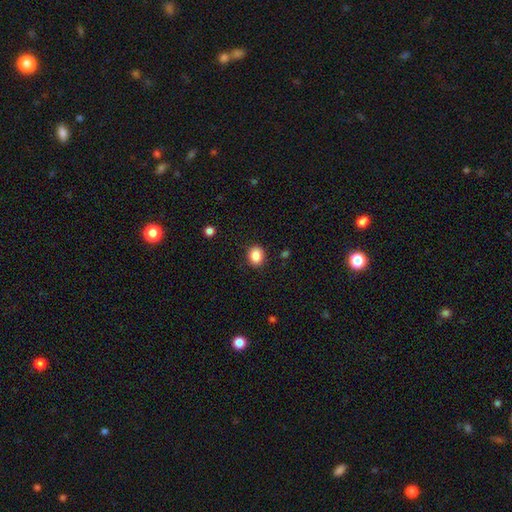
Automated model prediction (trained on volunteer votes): This is clearly a smooth galaxy (87%). How rounded: possibly round (57%). Merging: clearly none (89%).